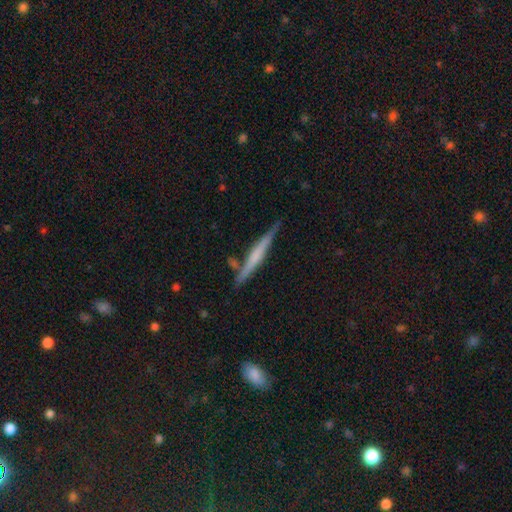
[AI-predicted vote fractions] A featured or disk galaxy (60%) viewed edge-on (97%) with no central bulge (42%). Merging: none (81%).